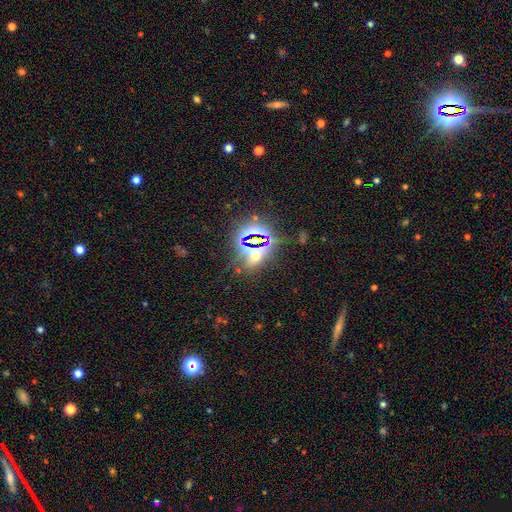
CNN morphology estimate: Smooth or featured? star or artifact (67%)